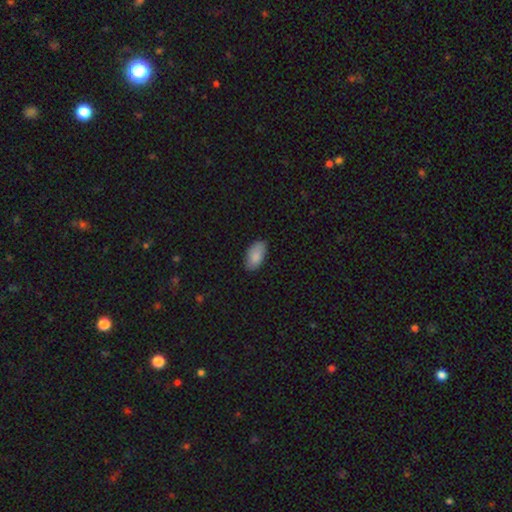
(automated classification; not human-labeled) Smooth or featured? smooth (87%)
How rounded? in between (94%)
Merging? none (82%)